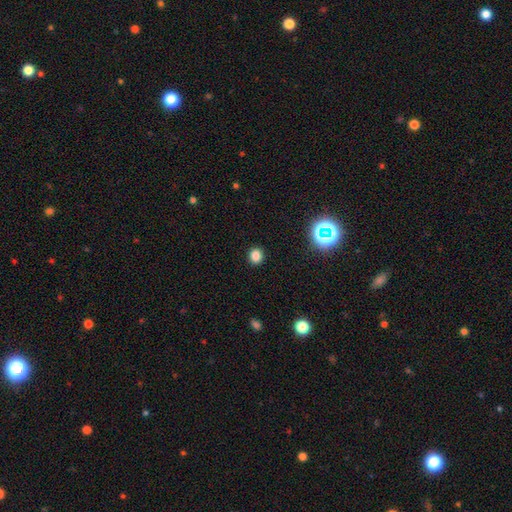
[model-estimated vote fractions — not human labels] This appears to be a smooth galaxy with no disk features (81%) that is round (79%). Merging: none (91%).